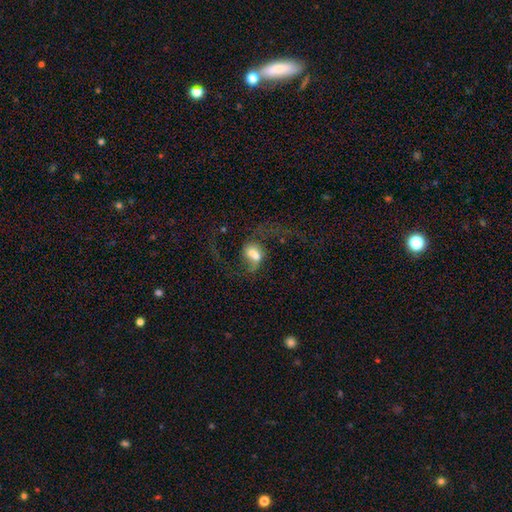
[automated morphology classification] A featured or disk galaxy (64%) with a weak bar (44%), 2 (83%) loose (81%) spiral arms (83%) and a moderate central bulge (36%).

Vote fractions:
- Smooth or featured? featured or disk: 64% / smooth: 25% / star or artifact: 10%
- Edge-on disk? no: 95% / yes: 5%
- Bar? weak: 44% / no: 32% / strong: 24%
- Spiral arms? yes: 83% / no: 17%
- Spiral winding? loose: 81% / medium: 15% / tight: 4%
- Spiral arm count? 2: 83% / 1: 9% / can't tell: 4% / 3: 2% / 4: 1% / more than 4: 1%
- Bulge size? moderate: 36% / large: 31% / small: 15% / none: 10% / dominant: 9%
- Merging? none: 38% / major disturbance: 35% / minor disturbance: 14% / merger: 13%